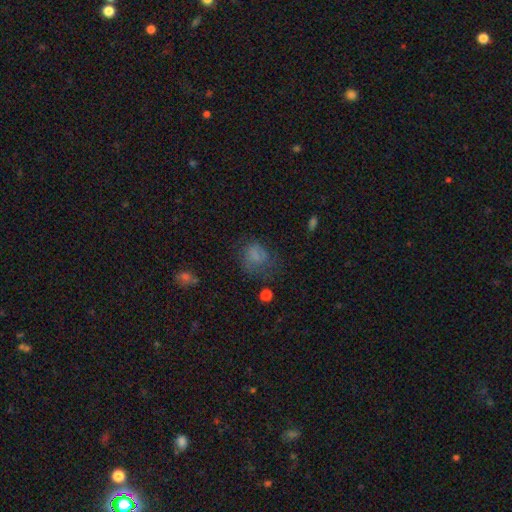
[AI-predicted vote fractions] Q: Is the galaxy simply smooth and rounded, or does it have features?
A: smooth — 62%.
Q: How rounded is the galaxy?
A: round — 53%.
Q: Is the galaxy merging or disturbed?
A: none — 44%.